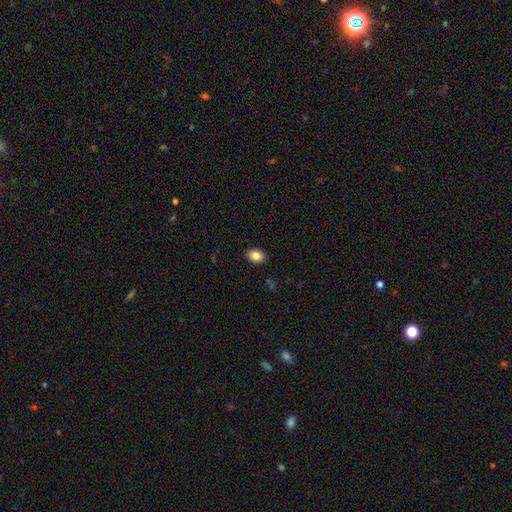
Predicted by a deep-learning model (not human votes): Smooth or featured: smooth — 86% (star or artifact — 9%)
How rounded: in between — 71% (round — 28%)
Merging: none — 89% (minor disturbance — 8%)